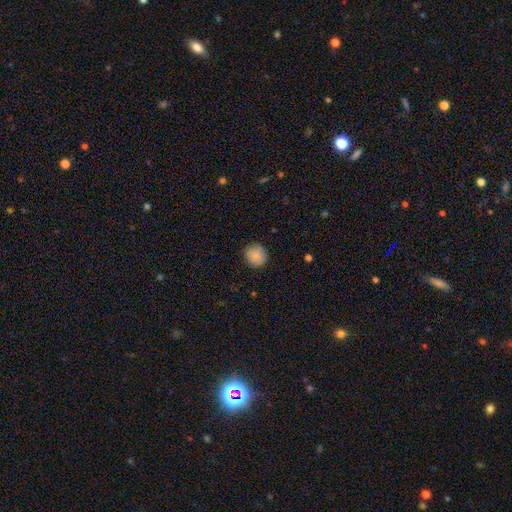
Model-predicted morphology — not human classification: Overall: smooth (86%). How rounded: round (93%). Merging: none (89%).